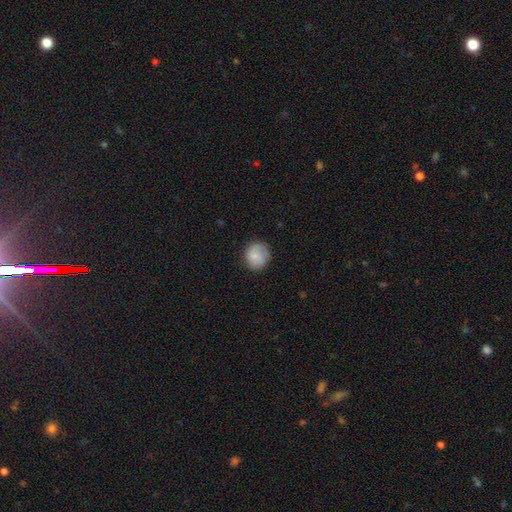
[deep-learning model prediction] Overall: smooth (75%). How rounded: round (81%). Merging: none (77%).